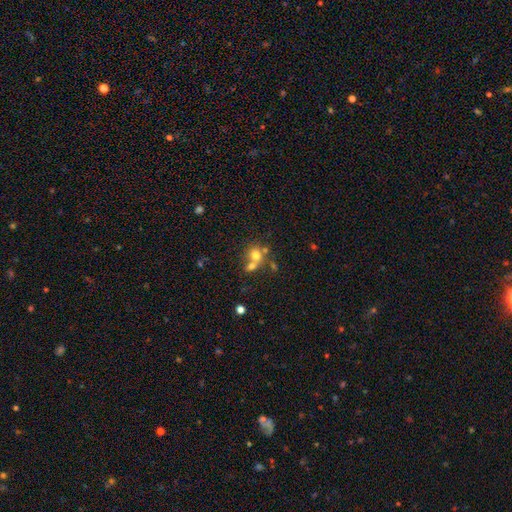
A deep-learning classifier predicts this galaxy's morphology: Smooth or featured? Predicted: smooth (p=0.70). How rounded? Predicted: round (p=0.73). Merging? Predicted: merger (p=0.52).